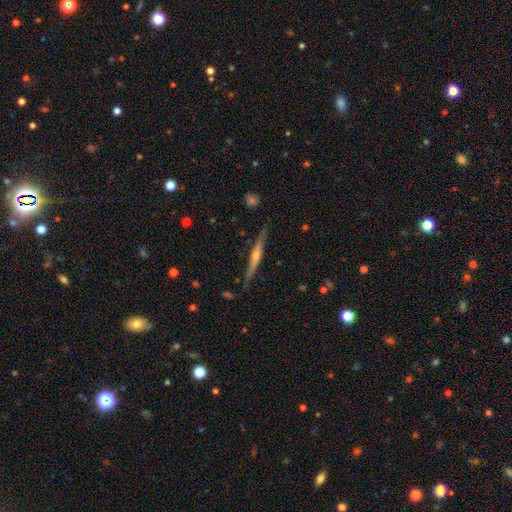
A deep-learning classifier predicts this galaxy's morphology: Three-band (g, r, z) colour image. It shows a featured or disk galaxy (75%) viewed edge-on (97%) with a rounded central bulge (76%). Merging: none (87%).